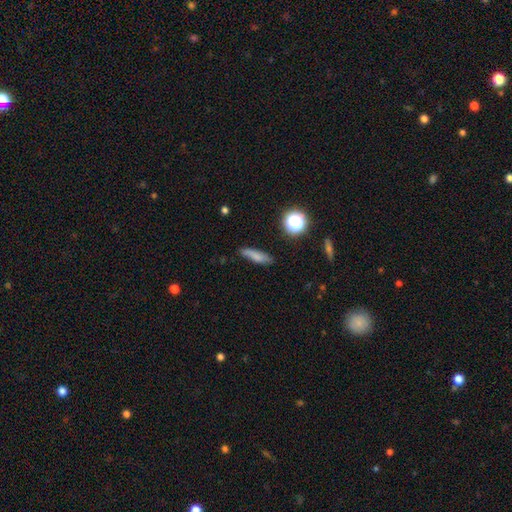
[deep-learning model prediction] A smooth galaxy with no disk features (75%) that is cigar-shaped (65%). Merging: none (72%).